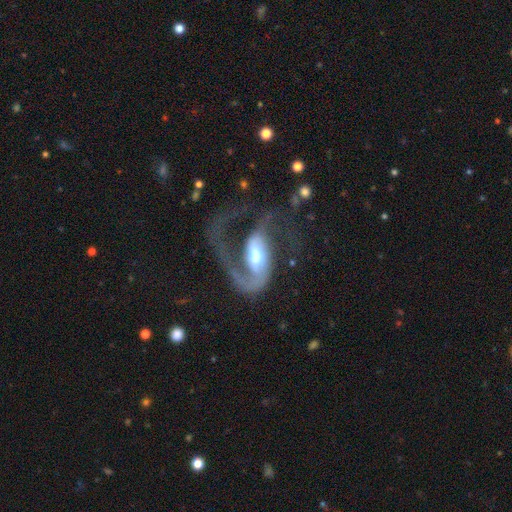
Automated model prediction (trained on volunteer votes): Q: Smooth or featured?
A: featured or disk (85%); runner-up: smooth (10%)
Q: Edge-on disk?
A: no (97%); runner-up: yes (3%)
Q: Bar?
A: weak (43%); runner-up: strong (32%)
Q: Spiral arms?
A: yes (93%); runner-up: no (7%)
Q: Spiral winding?
A: loose (51%); runner-up: medium (39%)
Q: Spiral arm count?
A: 1 (49%); runner-up: 2 (41%)
Q: Bulge size?
A: moderate (57%); runner-up: large (24%)
Q: Merging?
A: major disturbance (46%); runner-up: none (36%)